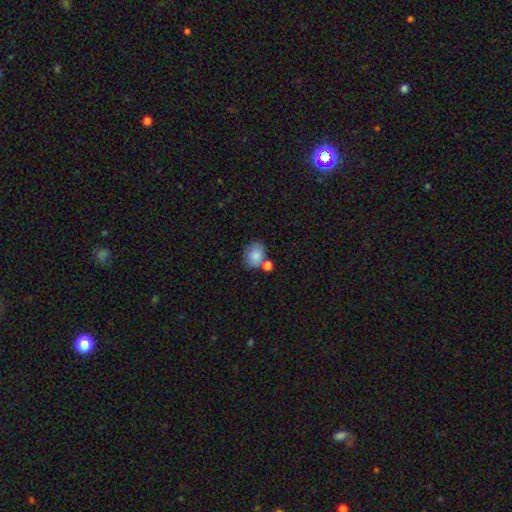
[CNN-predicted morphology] Smooth or featured? Predicted: smooth (p=0.84). How rounded? Predicted: in between (p=0.61). Merging? Predicted: none (p=0.57).